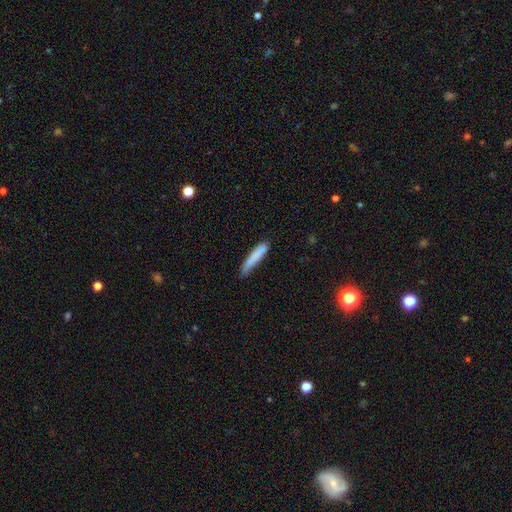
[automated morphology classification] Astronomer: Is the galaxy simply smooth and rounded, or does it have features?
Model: smooth — 81%.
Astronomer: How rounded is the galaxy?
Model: cigar-shaped — 91%.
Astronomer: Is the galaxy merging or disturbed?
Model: none — 67%.